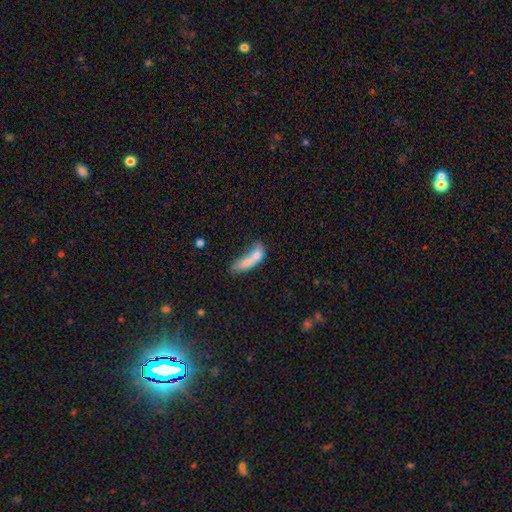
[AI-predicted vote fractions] The model was most divided on "how rounded": in between: 56%, cigar-shaped: 39%, round: 6%. More confident: smooth or featured — smooth (66%); merging — merger (57%).